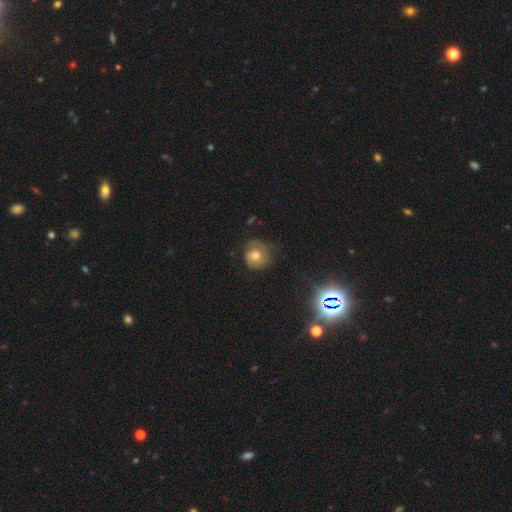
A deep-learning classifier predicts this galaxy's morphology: featured or disk 52%, smooth 37%, star or artifact 11%. Down the decision tree: edge-on disk — no (97%); bar — no (73%); spiral arms — yes (81%); bulge size — moderate (67%); merging — none (59%).